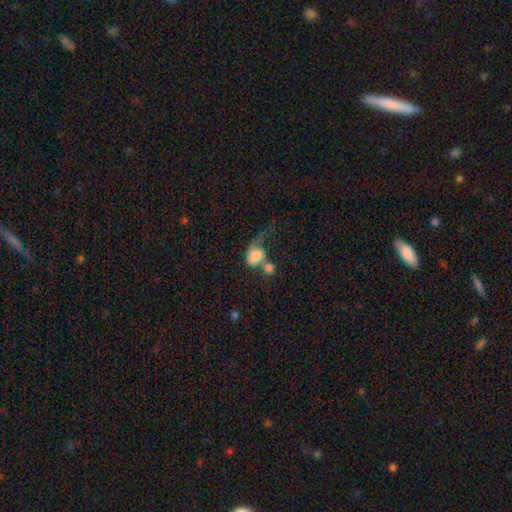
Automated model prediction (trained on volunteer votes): smooth 63%, featured or disk 29%, star or artifact 8%. Down the decision tree: how rounded — in between (63%); merging — merger (46%).